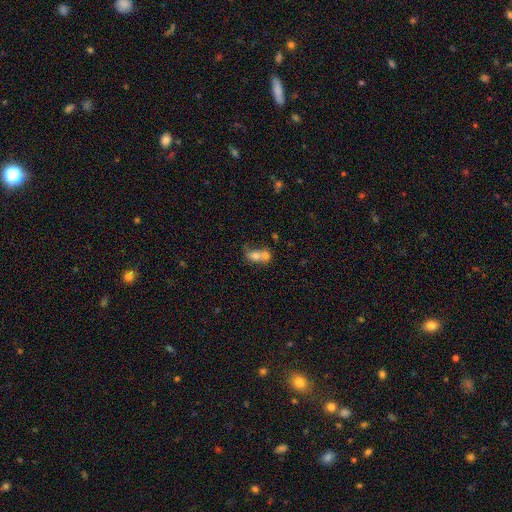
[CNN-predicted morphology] A smooth galaxy with no disk features (66%) that is in between round and cigar-shaped (58%).

Vote fractions:
- Smooth or featured? smooth: 66% / featured or disk: 23% / star or artifact: 11%
- How rounded? in between: 58% / round: 39% / cigar-shaped: 3%
- Merging? merger: 72% / none: 15% / minor disturbance: 7% / major disturbance: 6%